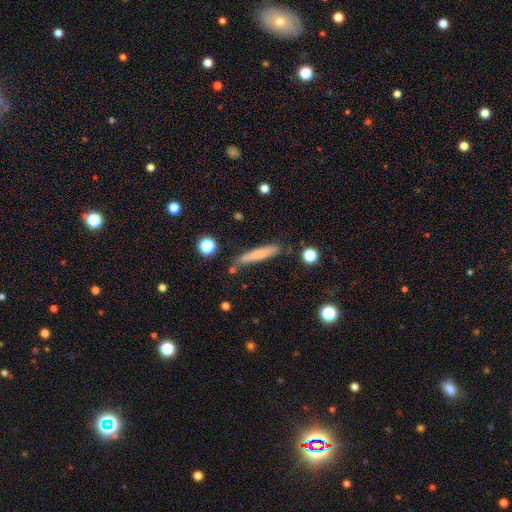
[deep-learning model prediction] Smooth or featured? Predicted: smooth (p=0.68). How rounded? Predicted: cigar-shaped (p=0.92). Merging? Predicted: none (p=0.79).